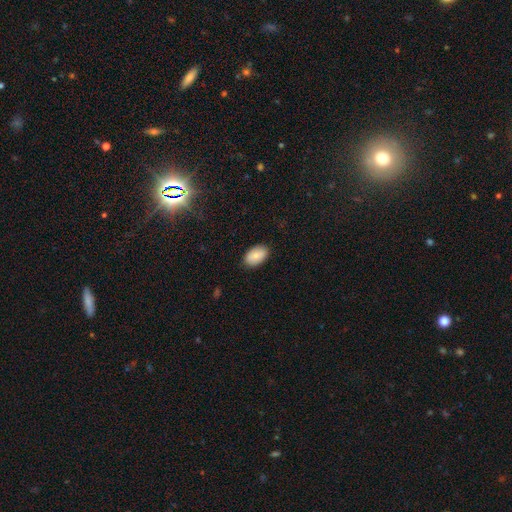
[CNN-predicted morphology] Smooth or featured? Predicted: smooth (p=0.83). How rounded? Predicted: in between (p=0.93). Merging? Predicted: none (p=0.87).